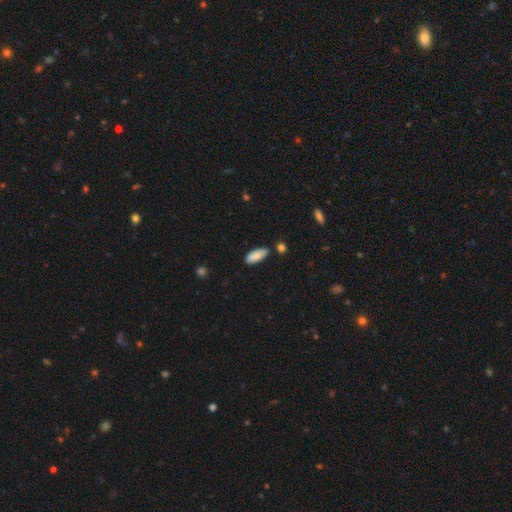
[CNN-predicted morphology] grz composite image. It shows a smooth galaxy with no disk features (88%) that is in between round and cigar-shaped (77%). Merging: none (80%).